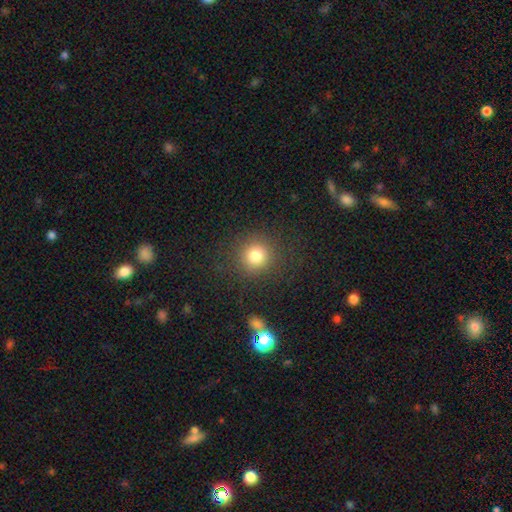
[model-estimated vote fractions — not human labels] This appears to be a smooth galaxy with no disk features (80%) that is round (92%). Merging: none (87%).